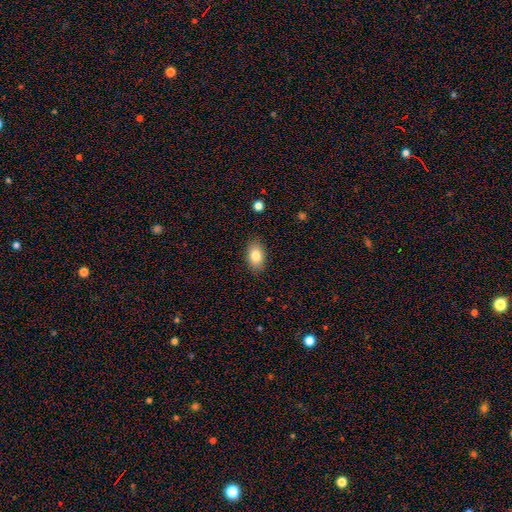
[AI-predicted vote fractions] Smooth or featured? Predicted: smooth (p=0.82). How rounded? Predicted: in between (p=0.88). Merging? Predicted: none (p=0.87).